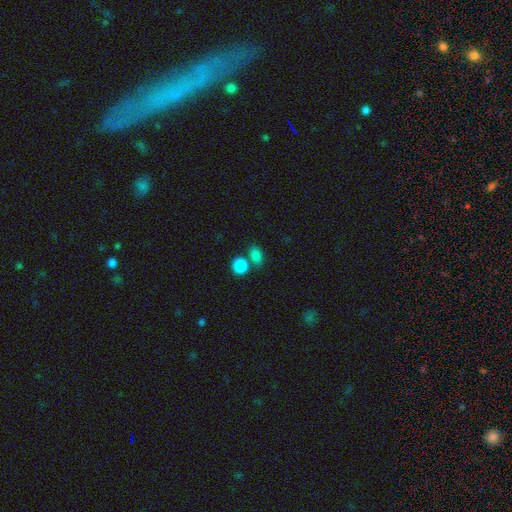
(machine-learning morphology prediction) A smooth galaxy with no disk features (83%) that is in between round and cigar-shaped (62%).

Vote fractions:
- Smooth or featured? smooth: 83% / star or artifact: 11% / featured or disk: 6%
- How rounded? in between: 62% / round: 36% / cigar-shaped: 2%
- Merging? none: 58% / merger: 26% / minor disturbance: 12% / major disturbance: 4%